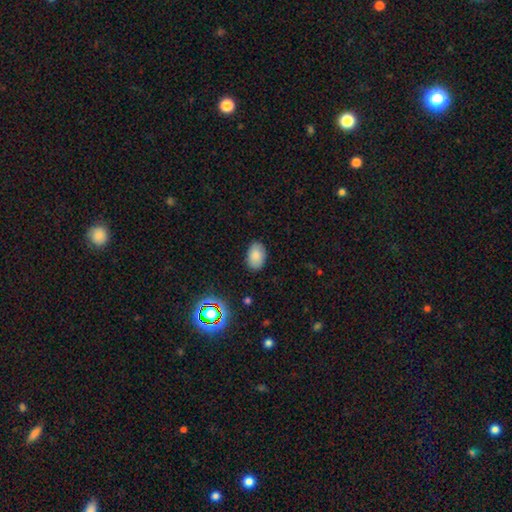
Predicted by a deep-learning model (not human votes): smooth 83%, star or artifact 10%, featured or disk 7%. Down the decision tree: how rounded — in between (89%); merging — none (85%).